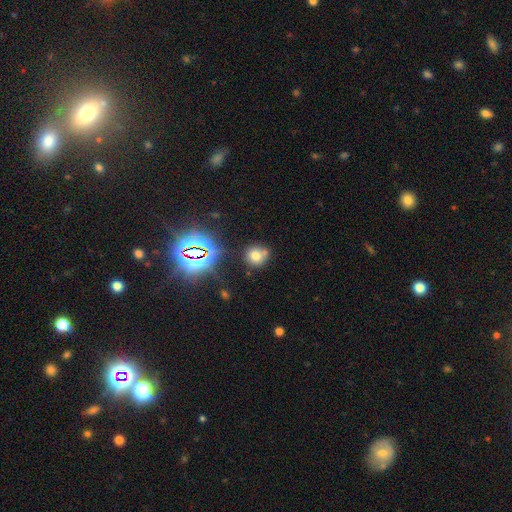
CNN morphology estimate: Smooth or featured: smooth — 67% (star or artifact — 21%)
How rounded: round — 86% (in between — 13%)
Merging: none — 64% (merger — 17%)